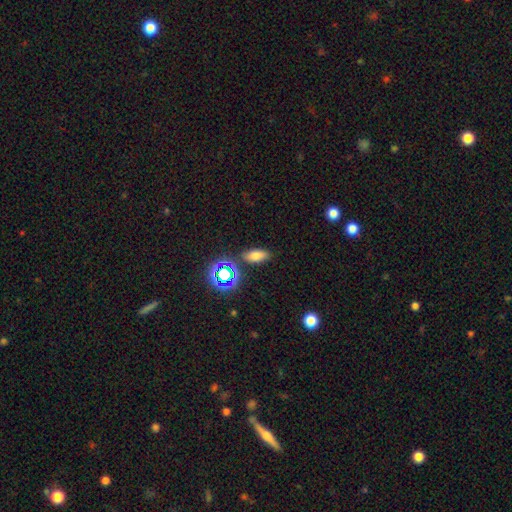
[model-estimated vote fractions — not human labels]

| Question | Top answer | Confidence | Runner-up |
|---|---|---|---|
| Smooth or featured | smooth | 69% | star or artifact (21%) |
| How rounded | in between | 83% | cigar-shaped (9%) |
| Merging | none | 82% | minor disturbance (11%) |